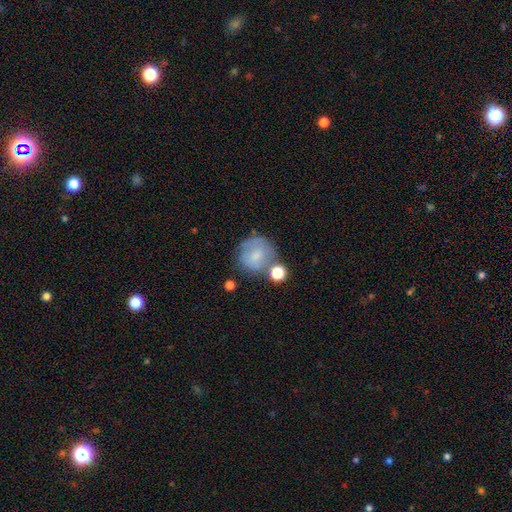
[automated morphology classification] Overall: smooth (70%). How rounded: round (87%). Merging: none (56%; minor disturbance 20%).